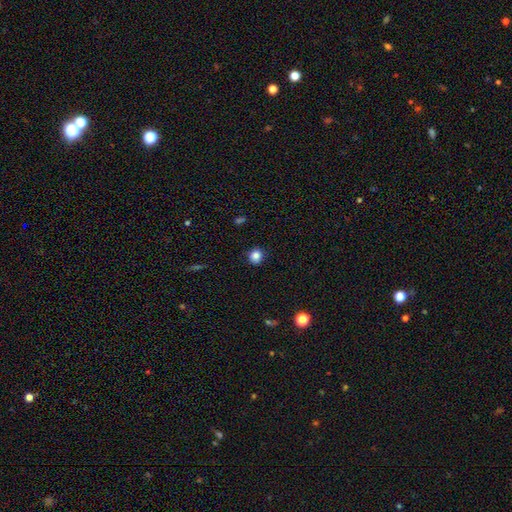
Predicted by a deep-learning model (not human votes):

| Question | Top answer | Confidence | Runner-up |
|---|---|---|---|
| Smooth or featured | smooth | 84% | star or artifact (11%) |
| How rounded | round | 85% | in between (14%) |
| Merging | none | 87% | minor disturbance (10%) |